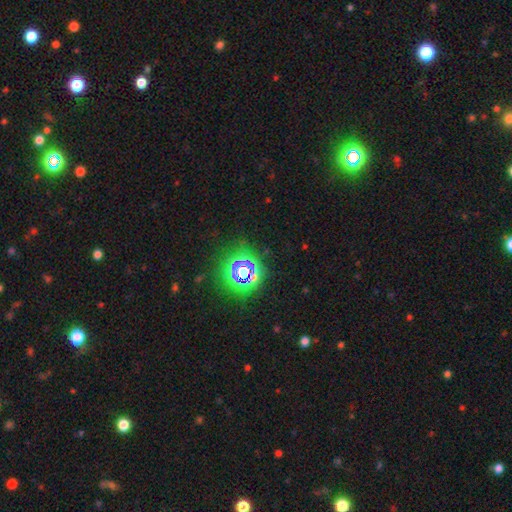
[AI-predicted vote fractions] Overall: star or artifact (76%).